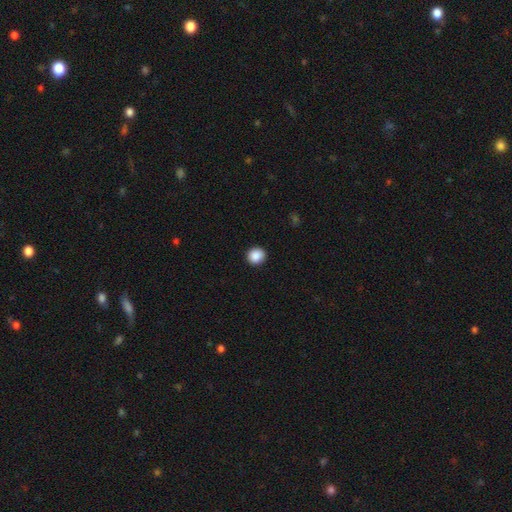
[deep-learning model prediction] Overall: smooth (88%). How rounded: round (92%). Merging: none (92%).